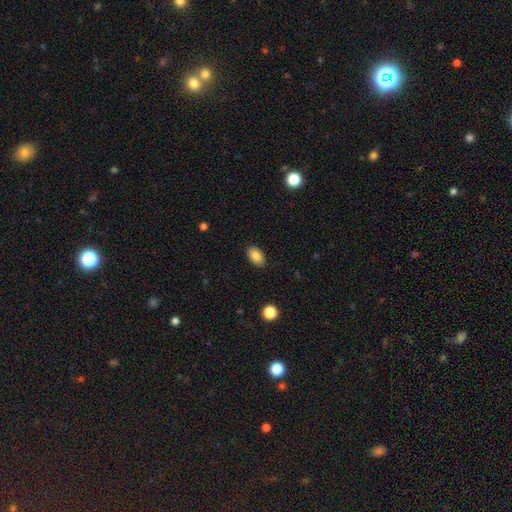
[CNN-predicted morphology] smooth_or_featured: smooth (p=0.86) [alt: star or artifact p=0.08]
how_rounded: in between (p=0.92) [alt: round p=0.07]
merging: none (p=0.88) [alt: minor disturbance p=0.09]